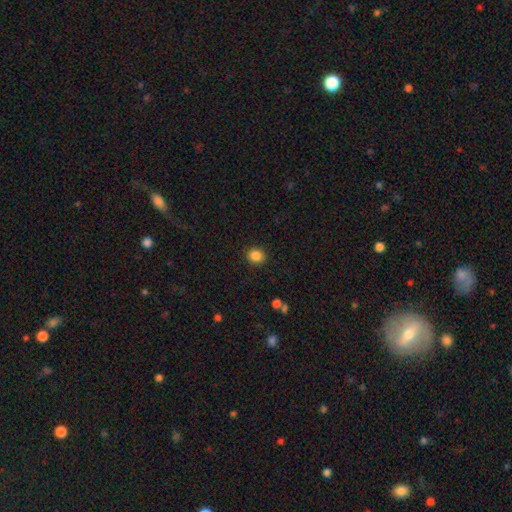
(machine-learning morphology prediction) Smooth or featured? smooth (86%)
How rounded? round (74%)
Merging? none (90%)